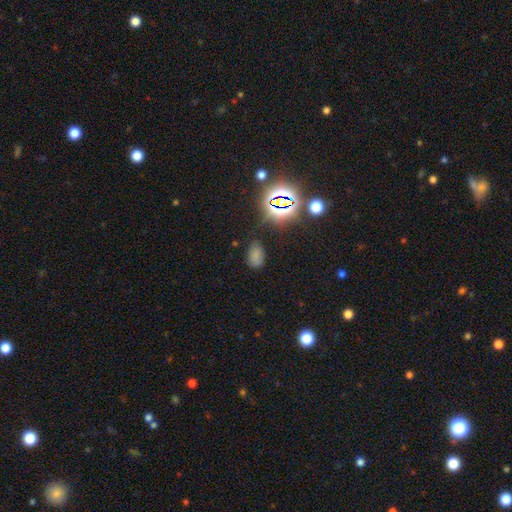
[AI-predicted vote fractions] Overall: smooth (65%; star or artifact 28%). How rounded: in between (90%). Merging: none (70%).